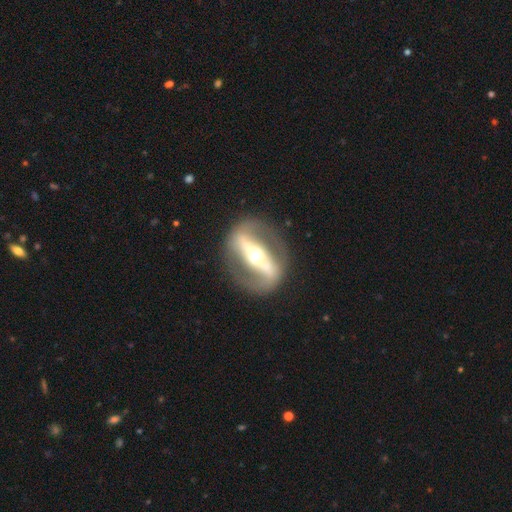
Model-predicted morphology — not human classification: featured or disk 84%, smooth 11%, star or artifact 5%. Down the decision tree: edge-on disk — no (75%); bar — strong (83%); spiral arms — no (54%); bulge size — moderate (69%); merging — none (83%).